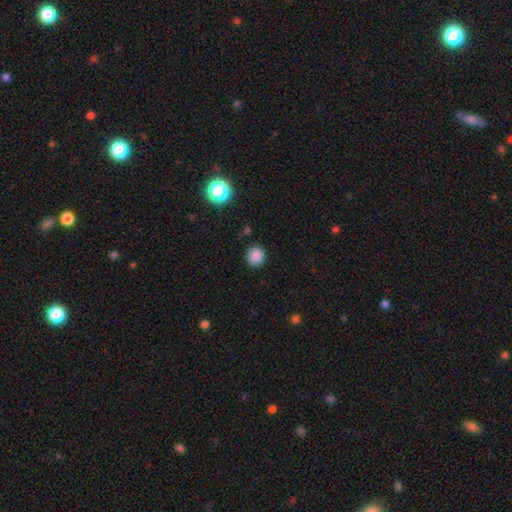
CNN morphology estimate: This appears to be a smooth galaxy with no disk features (85%) that is round (86%). Merging: none (89%).